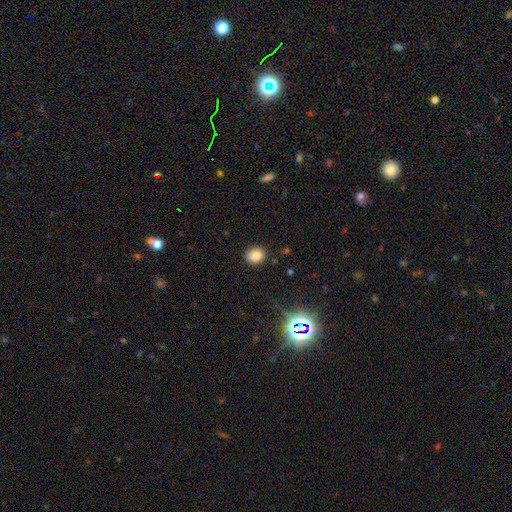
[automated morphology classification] Smooth or featured?
  - smooth: 83% *
  - star or artifact: 12%
  - featured or disk: 5%
How rounded?
  - round: 67% *
  - in between: 33%
  - cigar-shaped: 1%
Merging?
  - none: 88% *
  - minor disturbance: 8%
  - major disturbance: 2%
  - merger: 1%